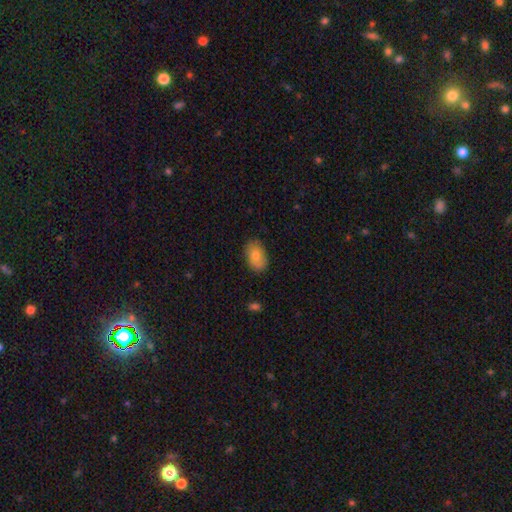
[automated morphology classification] The model was most divided on "smooth or featured": smooth: 79%, featured or disk: 14%, star or artifact: 7%. More confident: how rounded — in between (89%); merging — none (82%).